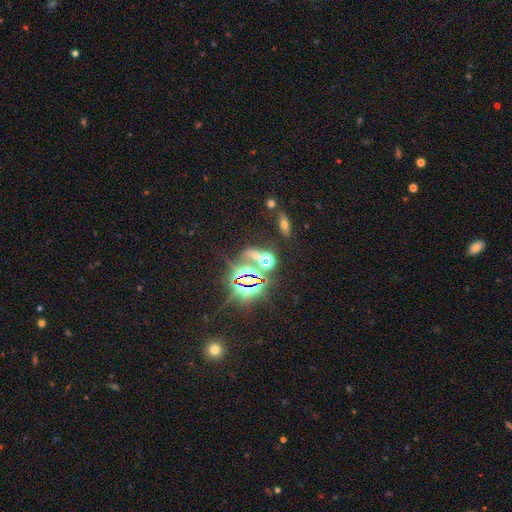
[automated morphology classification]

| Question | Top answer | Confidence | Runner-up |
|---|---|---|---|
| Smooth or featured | star or artifact | 65% | smooth (23%) |